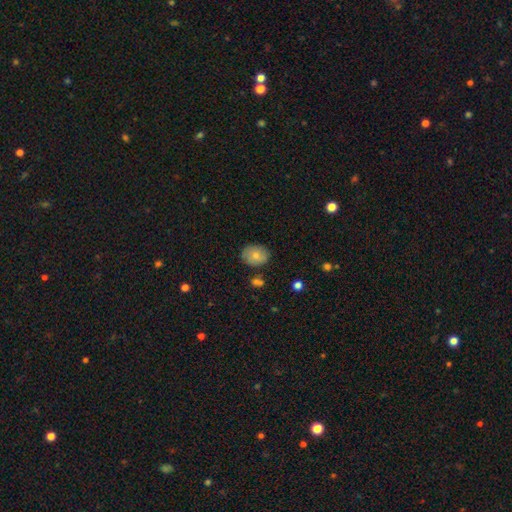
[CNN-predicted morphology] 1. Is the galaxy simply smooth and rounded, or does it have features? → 78% smooth, 15% featured or disk, 8% star or artifact.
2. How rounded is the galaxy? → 60% in between, 39% round, 1% cigar-shaped.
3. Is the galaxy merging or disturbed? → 79% none, 15% minor disturbance, 3% merger, 3% major disturbance.